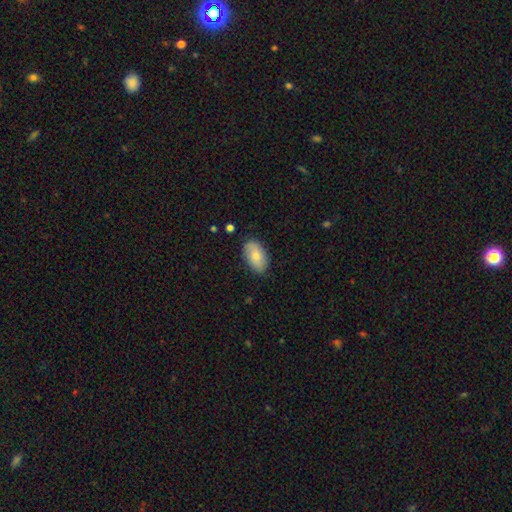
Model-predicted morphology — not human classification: Smooth or featured? smooth (77%)
How rounded? in between (94%)
Merging? none (84%)